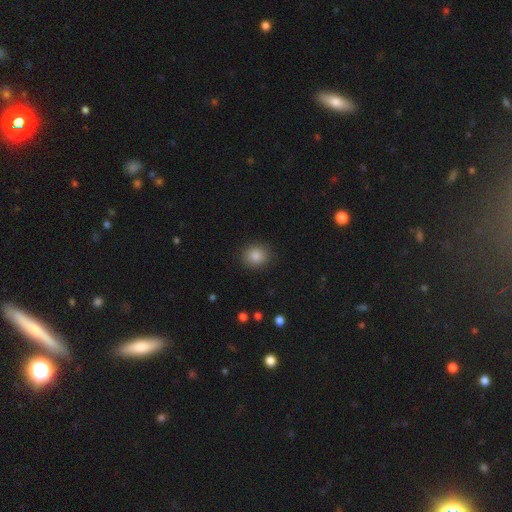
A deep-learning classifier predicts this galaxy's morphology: type=smooth (86%); roundness=round (74%); merging=none (89%).